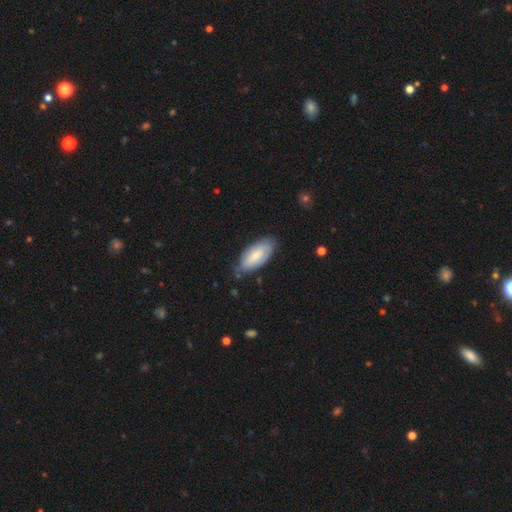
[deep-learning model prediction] Smooth or featured?
  - smooth: 53% *
  - featured or disk: 41%
  - star or artifact: 6%
How rounded?
  - in between: 90% *
  - cigar-shaped: 7%
  - round: 3%
Merging?
  - none: 69% *
  - minor disturbance: 25%
  - major disturbance: 5%
  - merger: 2%